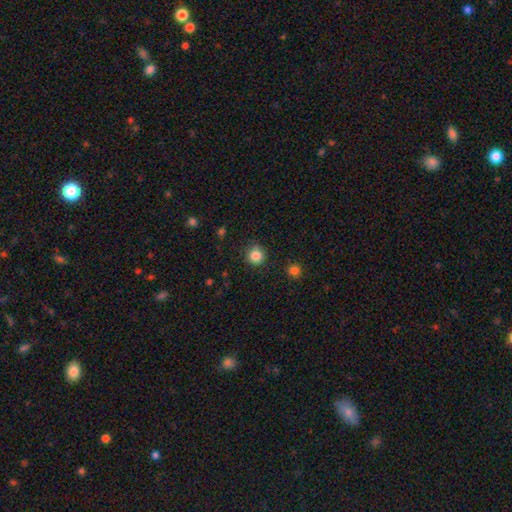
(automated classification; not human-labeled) Smooth or featured?
  - smooth: 84% *
  - star or artifact: 11%
  - featured or disk: 4%
How rounded?
  - round: 94% *
  - in between: 5%
  - cigar-shaped: 1%
Merging?
  - none: 88% *
  - minor disturbance: 8%
  - major disturbance: 2%
  - merger: 2%